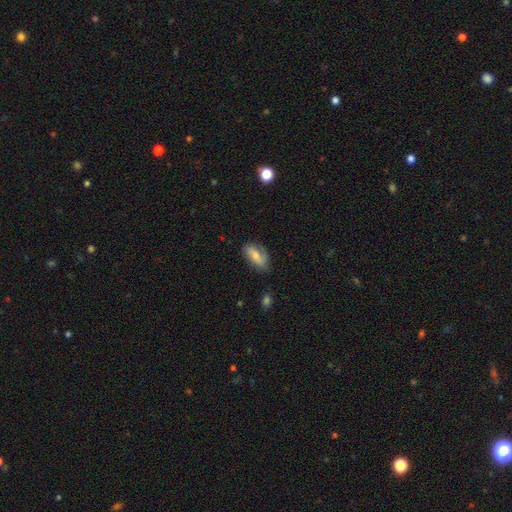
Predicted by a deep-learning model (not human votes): Overall: smooth (47%; featured or disk 45%). Merging: none (64%; minor disturbance 24%).